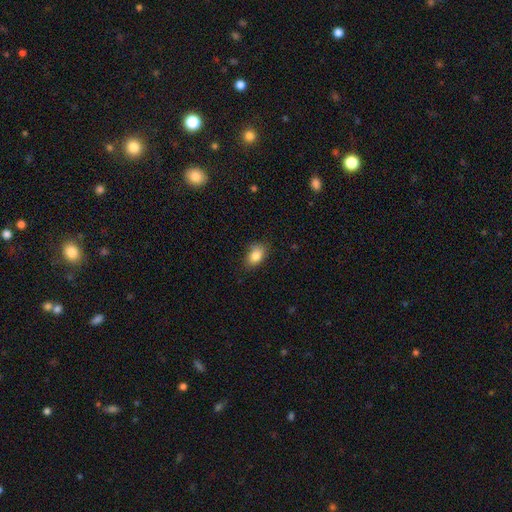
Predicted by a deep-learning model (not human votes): A smooth galaxy with no disk features (86%) that is in between round and cigar-shaped (87%). Merging: none (82%).